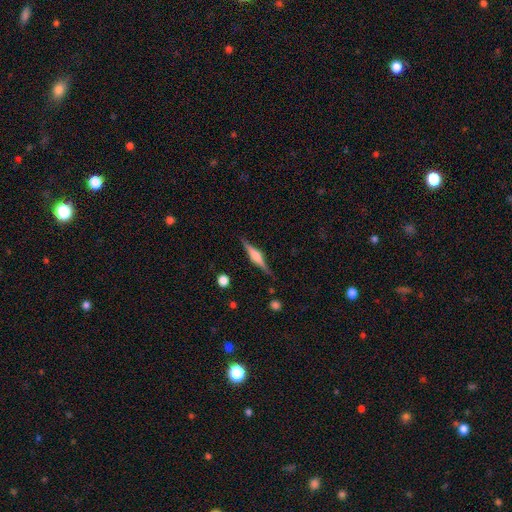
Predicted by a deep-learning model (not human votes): This appears to be a featured or disk galaxy (74%) viewed edge-on (98%) with a rounded central bulge (80%). Merging: none (87%).